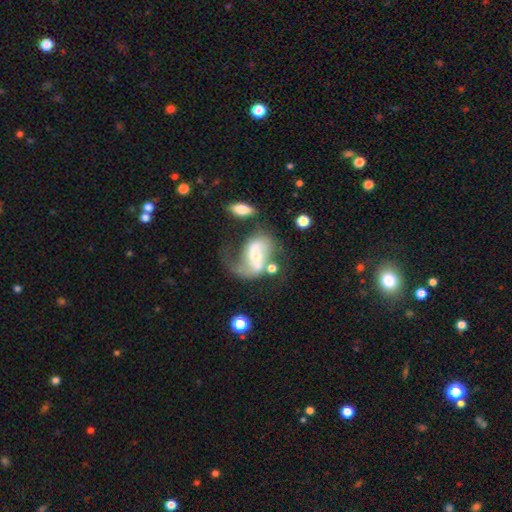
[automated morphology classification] Smooth or featured: featured or disk — 76% (smooth — 17%)
Edge-on disk: no — 96% (yes — 4%)
Bar: weak — 36% (no — 34%)
Spiral arms: yes — 88% (no — 12%)
Spiral winding: loose — 64% (medium — 29%)
Spiral arm count: 2 — 74% (1 — 18%)
Bulge size: moderate — 56% (small — 35%)
Merging: none — 36% (major disturbance — 28%)